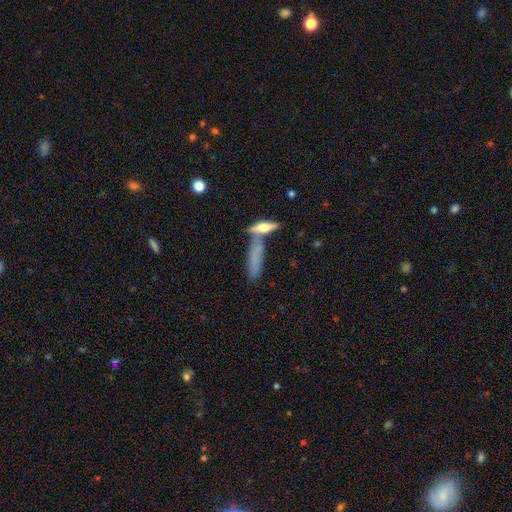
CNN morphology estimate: smooth 63%, featured or disk 27%, star or artifact 9%. Down the decision tree: how rounded — cigar-shaped (73%); merging — none (54%).